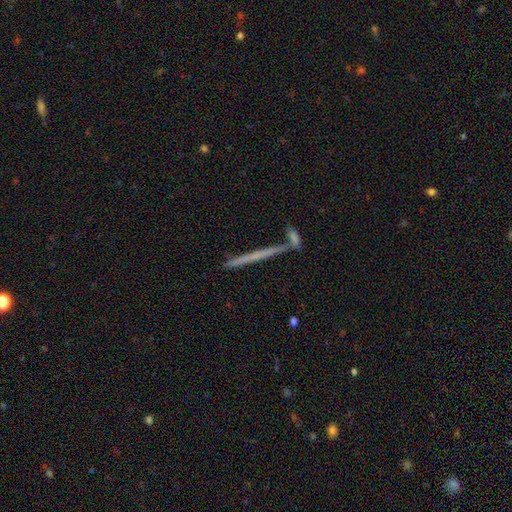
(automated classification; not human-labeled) featured or disk 55%, smooth 36%, star or artifact 9%. Down the decision tree: edge-on disk — yes (96%); edge-on bulge — none (80%); merging — none (80%).